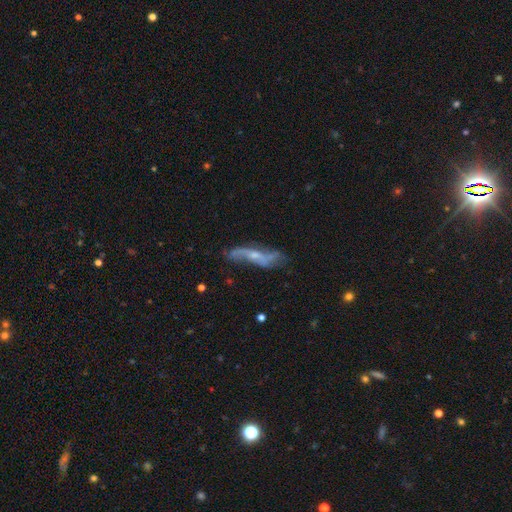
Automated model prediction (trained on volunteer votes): Smooth or featured: featured or disk — 72% (smooth — 21%)
Edge-on disk: no — 65% (yes — 35%)
Merging: none — 54% (minor disturbance — 27%)